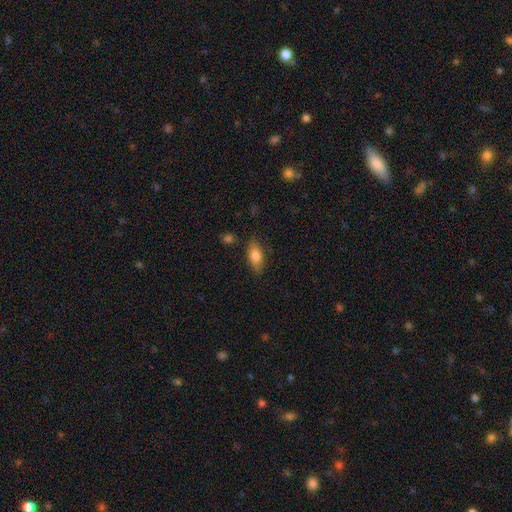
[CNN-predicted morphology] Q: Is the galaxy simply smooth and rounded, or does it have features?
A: smooth — 77%.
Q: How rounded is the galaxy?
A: in between — 84%.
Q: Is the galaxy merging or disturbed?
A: none — 82%.